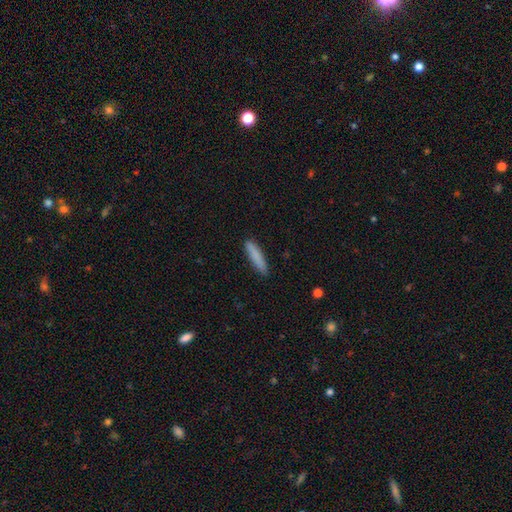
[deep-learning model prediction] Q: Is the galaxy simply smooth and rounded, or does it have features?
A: smooth — 85%.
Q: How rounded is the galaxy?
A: cigar-shaped — 88%.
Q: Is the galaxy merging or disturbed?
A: none — 88%.